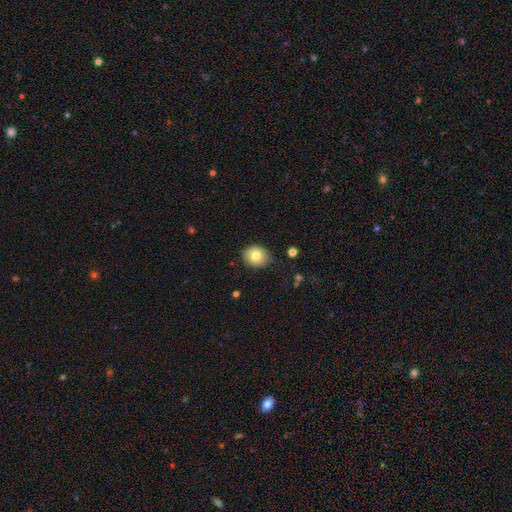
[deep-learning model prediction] smooth_or_featured: smooth (p=0.78) [alt: featured or disk p=0.13]
how_rounded: round (p=0.71) [alt: in between p=0.28]
merging: none (p=0.82) [alt: minor disturbance p=0.14]